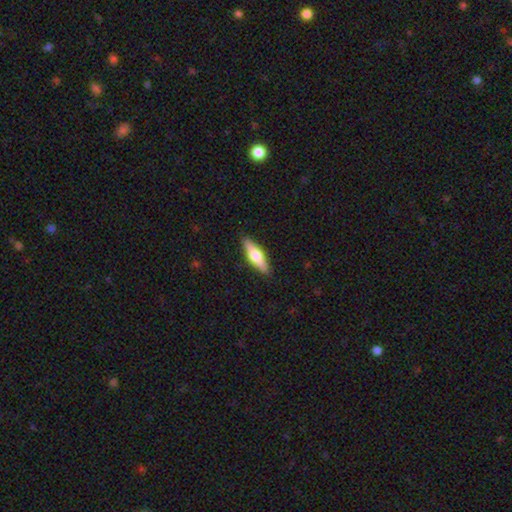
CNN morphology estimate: This is possibly a featured or disk galaxy (53%). It is clearly viewed edge-on (95%). Edge-on bulge: clearly rounded (93%). Merging: clearly none (90%).